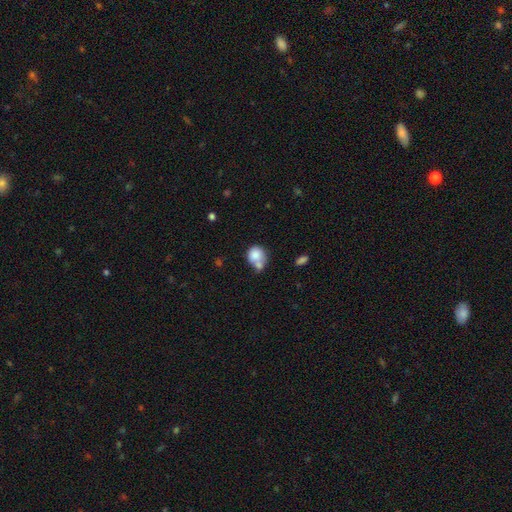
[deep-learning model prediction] This appears to be a smooth galaxy with no disk features (80%) that is round (75%). Merging: merger (47%).